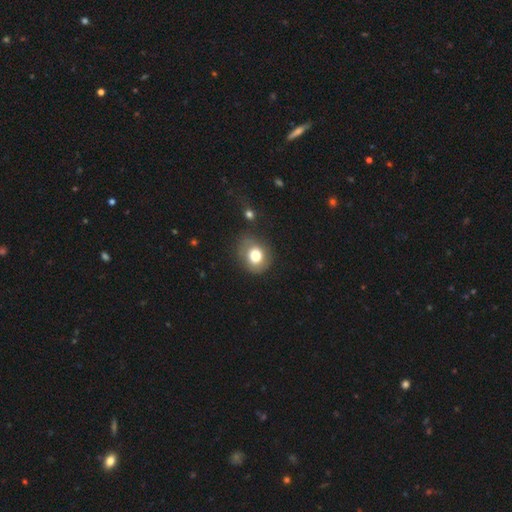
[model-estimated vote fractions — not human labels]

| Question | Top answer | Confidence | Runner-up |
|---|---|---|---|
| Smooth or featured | smooth | 74% | featured or disk (16%) |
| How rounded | round | 68% | in between (31%) |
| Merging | none | 65% | minor disturbance (22%) |